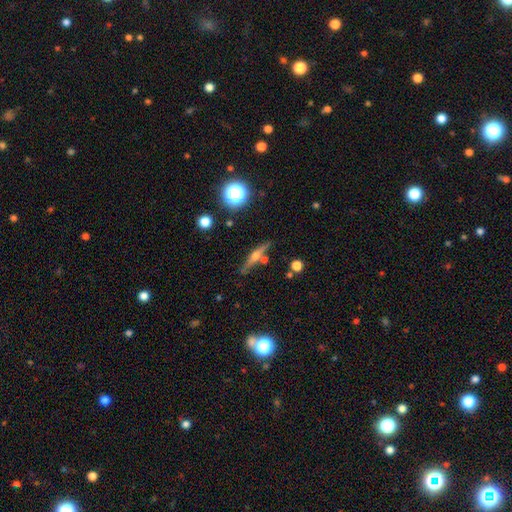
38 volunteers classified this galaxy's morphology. Q: Smooth or featured?
A: featured or disk (74%); runner-up: smooth (21%)
Q: Edge-on disk?
A: yes (93%); runner-up: no (7%)
Q: Edge-on bulge?
A: rounded (100%)
Q: Merging?
A: none (75%); runner-up: minor disturbance (17%)